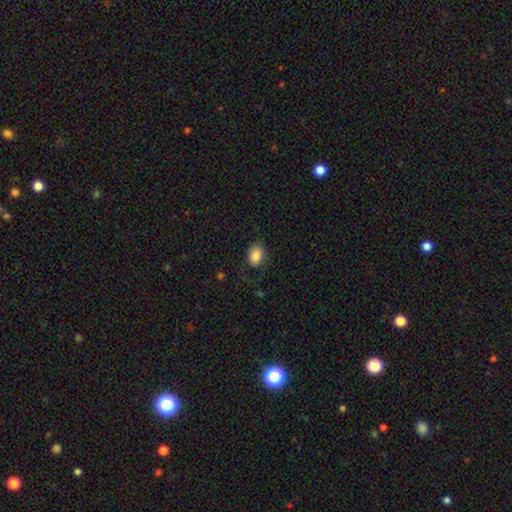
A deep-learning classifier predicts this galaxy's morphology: The model was most divided on "how rounded": in between: 74%, round: 25%, cigar-shaped: 1%. More confident: smooth or featured — smooth (84%); merging — none (69%).